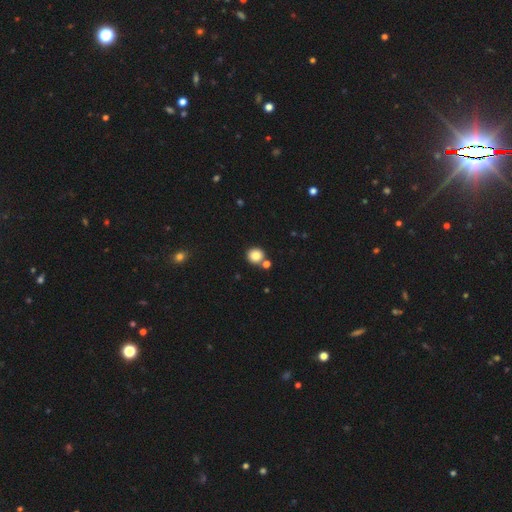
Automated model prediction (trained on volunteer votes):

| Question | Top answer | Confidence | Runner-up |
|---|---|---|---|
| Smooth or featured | smooth | 84% | star or artifact (10%) |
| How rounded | round | 90% | in between (9%) |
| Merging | none | 73% | merger (16%) |